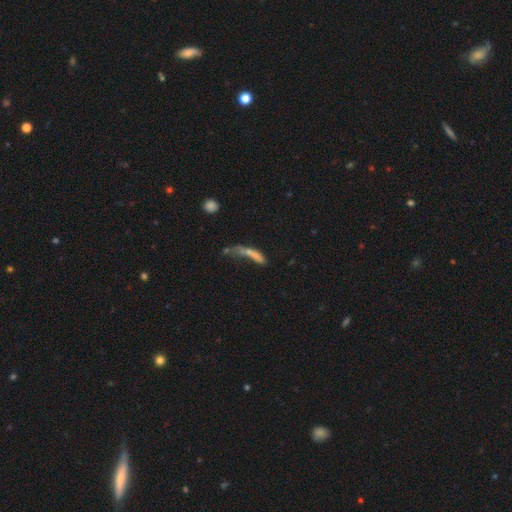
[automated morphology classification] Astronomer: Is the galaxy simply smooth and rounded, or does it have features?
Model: smooth — 57%.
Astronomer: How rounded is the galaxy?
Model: cigar-shaped — 73%.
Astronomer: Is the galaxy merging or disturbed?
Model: major disturbance — 34% (runner-up: none, 26%).